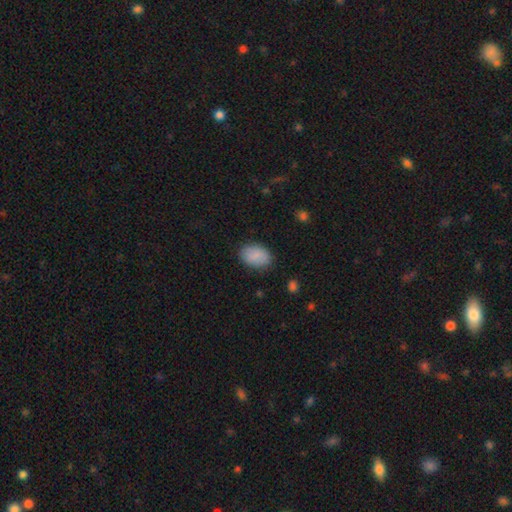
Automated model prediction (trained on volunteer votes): smooth-or-featured: smooth: 87% | star or artifact: 7% | featured or disk: 7%
  how-rounded: in between: 86% | round: 13% | cigar-shaped: 1%
  merging: none: 84% | minor disturbance: 12% | major disturbance: 3% | merger: 1%